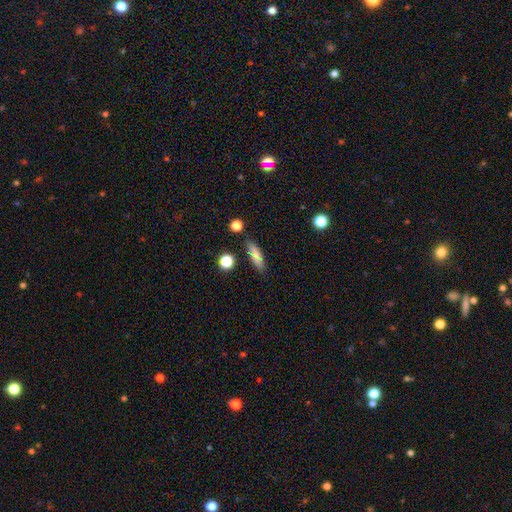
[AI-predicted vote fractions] Q: Smooth or featured?
A: smooth (77%); runner-up: featured or disk (15%)
Q: How rounded?
A: cigar-shaped (60%); runner-up: in between (37%)
Q: Merging?
A: none (82%); runner-up: minor disturbance (12%)